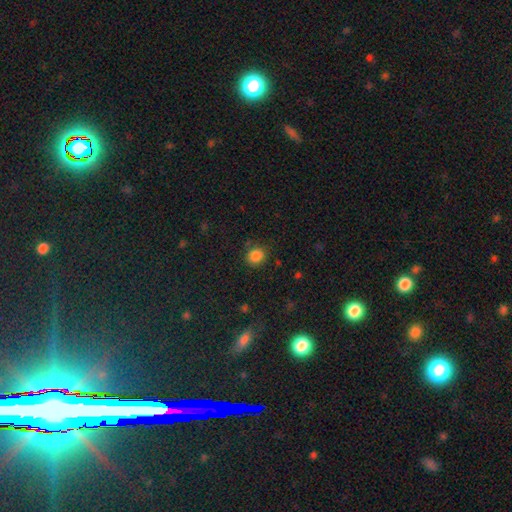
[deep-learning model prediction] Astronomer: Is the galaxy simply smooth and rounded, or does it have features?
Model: smooth — 85%.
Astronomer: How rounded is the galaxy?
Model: round — 81%.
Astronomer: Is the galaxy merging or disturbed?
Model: none — 84%.